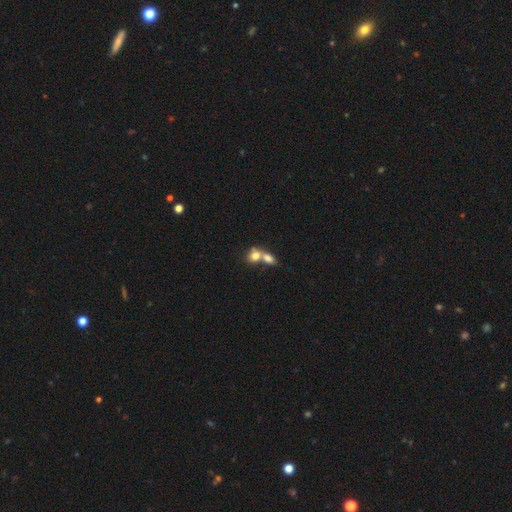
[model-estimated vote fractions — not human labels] A smooth galaxy with no disk features (76%) that is in between round and cigar-shaped (53%).

Vote fractions:
- Smooth or featured? smooth: 76% / featured or disk: 15% / star or artifact: 9%
- How rounded? in between: 53% / round: 45% / cigar-shaped: 2%
- Merging? merger: 70% / none: 21% / minor disturbance: 6% / major disturbance: 3%